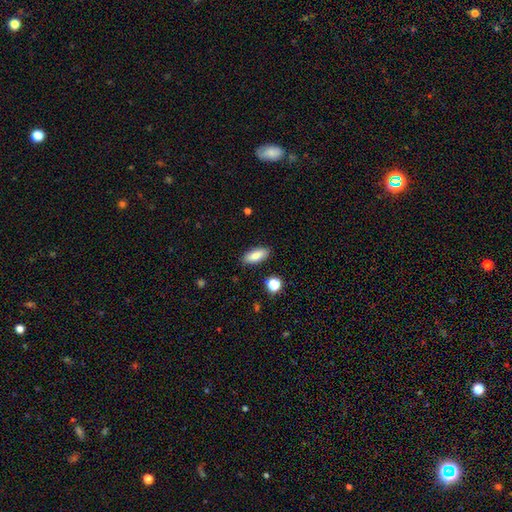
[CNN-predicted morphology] Smooth or featured?
  - smooth: 84% *
  - featured or disk: 8%
  - star or artifact: 8%
How rounded?
  - in between: 78% *
  - cigar-shaped: 19%
  - round: 3%
Merging?
  - none: 87% *
  - minor disturbance: 9%
  - major disturbance: 2%
  - merger: 2%